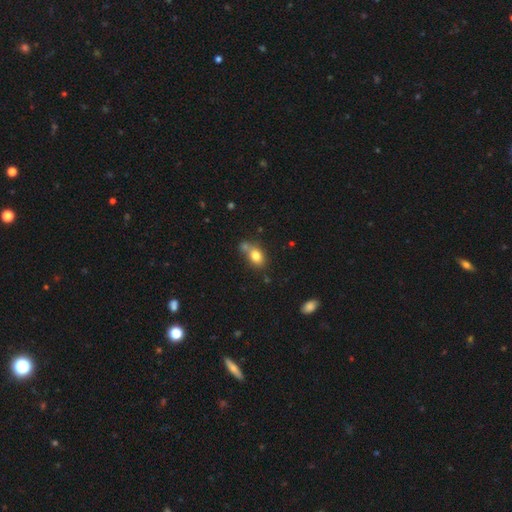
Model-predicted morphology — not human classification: smooth-or-featured: smooth: 77% | featured or disk: 12% | star or artifact: 10%
  how-rounded: in between: 72% | round: 25% | cigar-shaped: 3%
  merging: none: 47% | merger: 28% | minor disturbance: 18% | major disturbance: 6%